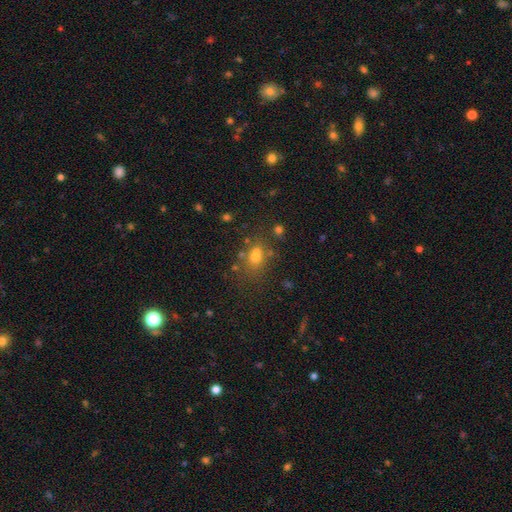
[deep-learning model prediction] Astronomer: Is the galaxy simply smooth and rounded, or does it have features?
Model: smooth — 67%.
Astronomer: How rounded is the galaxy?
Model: in between — 62%.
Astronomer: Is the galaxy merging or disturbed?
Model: none — 61%.